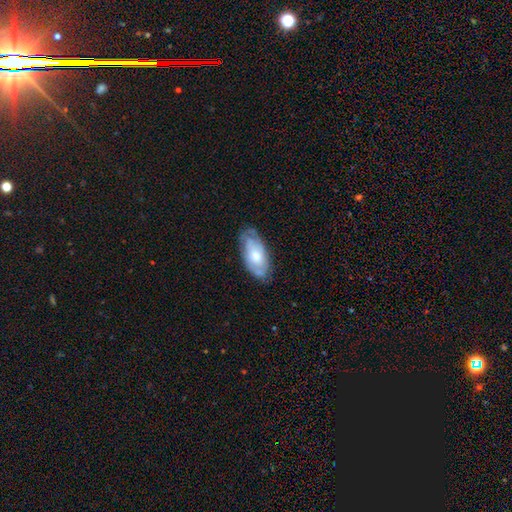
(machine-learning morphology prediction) This appears to be a featured or disk galaxy (50%). Merging: none (68%).